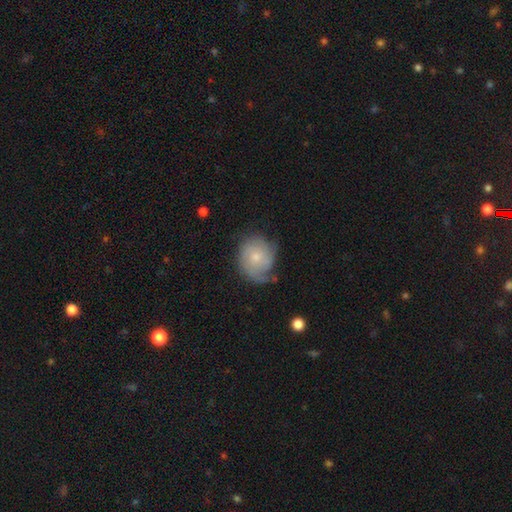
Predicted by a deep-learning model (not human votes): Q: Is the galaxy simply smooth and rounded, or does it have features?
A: featured or disk — 52%.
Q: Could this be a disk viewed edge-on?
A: no — 97%.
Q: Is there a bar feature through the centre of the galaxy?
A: no — 81%.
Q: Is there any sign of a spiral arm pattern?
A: yes — 82%.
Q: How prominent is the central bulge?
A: small — 59%.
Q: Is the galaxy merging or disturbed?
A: none — 52%.